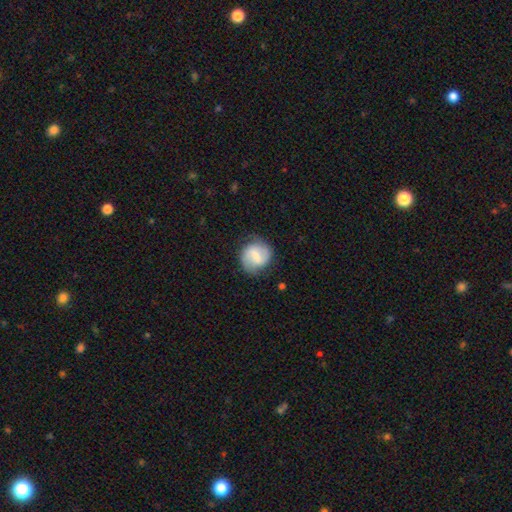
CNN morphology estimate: smooth-or-featured: featured or disk: 54% | smooth: 39% | star or artifact: 7%
  disk-edge-on: no: 98% | yes: 2%
    bar: weak: 50% | strong: 31% | no: 18%
    has-spiral-arms: yes: 85% | no: 15%
    bulge-size: small: 42% | moderate: 32% | none: 19% | large: 6% | dominant: 2%
  merging: none: 75% | minor disturbance: 17% | major disturbance: 6% | merger: 1%